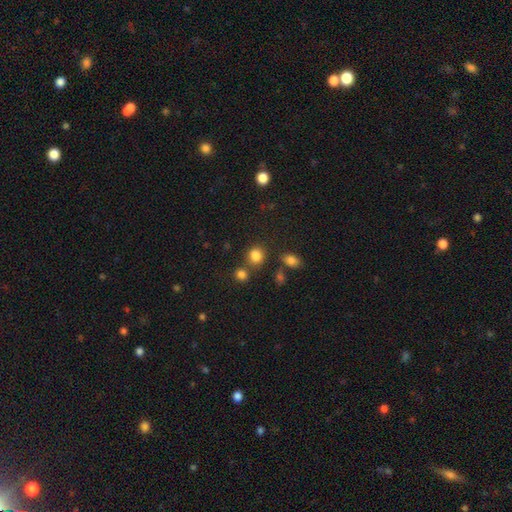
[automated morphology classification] Overall: smooth (82%). How rounded: round (74%). Merging: none (67%).